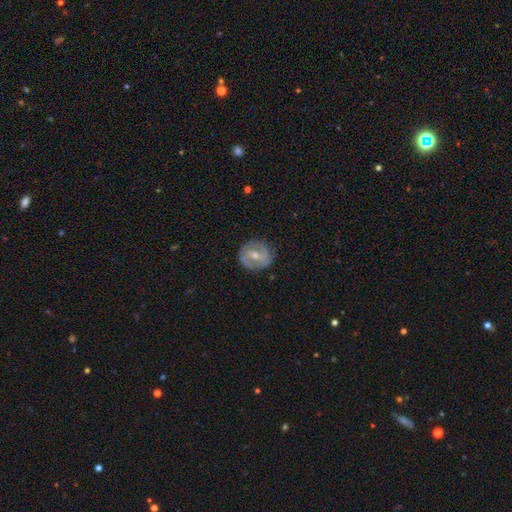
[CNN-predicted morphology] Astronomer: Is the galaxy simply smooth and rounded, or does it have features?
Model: featured or disk — 69%.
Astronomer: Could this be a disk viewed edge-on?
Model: no — 97%.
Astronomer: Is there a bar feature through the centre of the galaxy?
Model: weak — 48% (runner-up: no, 27%).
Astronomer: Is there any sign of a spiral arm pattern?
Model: yes — 80%.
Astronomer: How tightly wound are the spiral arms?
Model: tight — 44% (runner-up: medium, 41%).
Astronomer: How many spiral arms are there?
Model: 2 — 76%.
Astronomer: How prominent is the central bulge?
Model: moderate — 58% (runner-up: small, 38%).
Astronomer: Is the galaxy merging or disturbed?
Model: none — 82%.